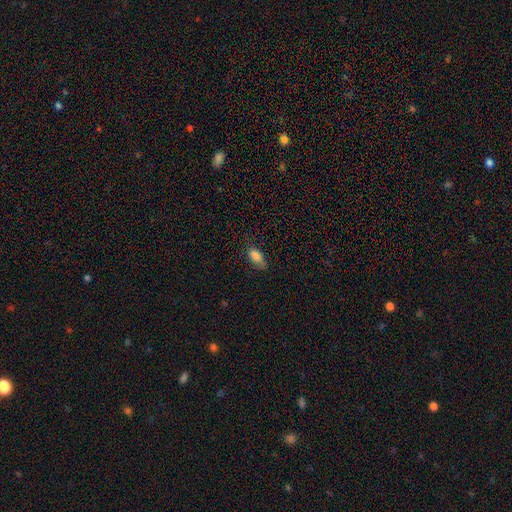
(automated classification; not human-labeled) This appears to be a smooth galaxy with no disk features (84%) that is in between round and cigar-shaped (88%). Merging: none (63%).